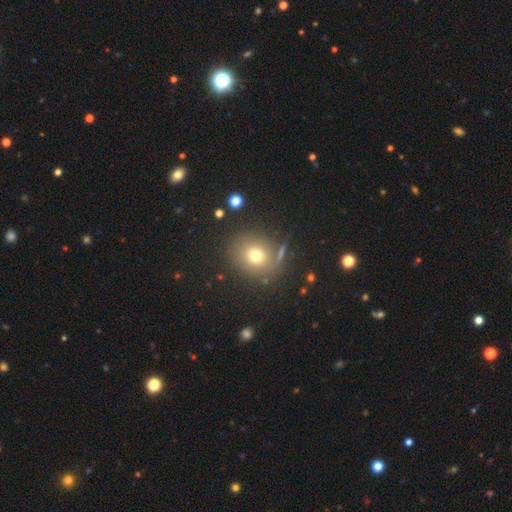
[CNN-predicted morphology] The model was most divided on "smooth or featured": smooth: 70%, star or artifact: 17%, featured or disk: 13%. More confident: merging — none (80%); how rounded — round (79%).